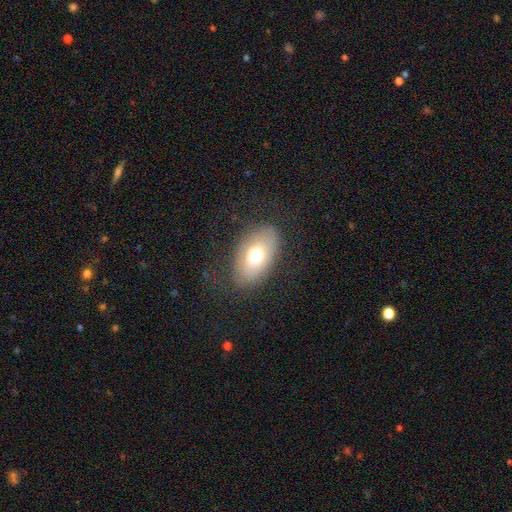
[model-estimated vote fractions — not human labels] Smooth or featured? smooth (65%)
How rounded? in between (91%)
Merging? none (76%)